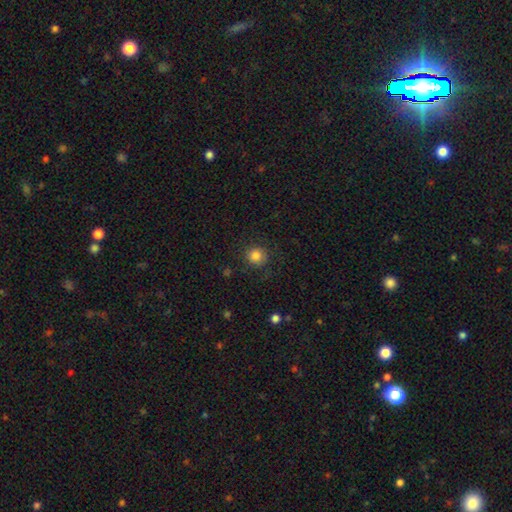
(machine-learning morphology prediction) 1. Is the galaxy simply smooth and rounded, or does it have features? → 83% smooth, 11% star or artifact, 6% featured or disk.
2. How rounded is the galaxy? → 92% round, 8% in between, 1% cigar-shaped.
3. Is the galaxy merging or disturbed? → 83% none, 11% minor disturbance, 5% major disturbance, 1% merger.